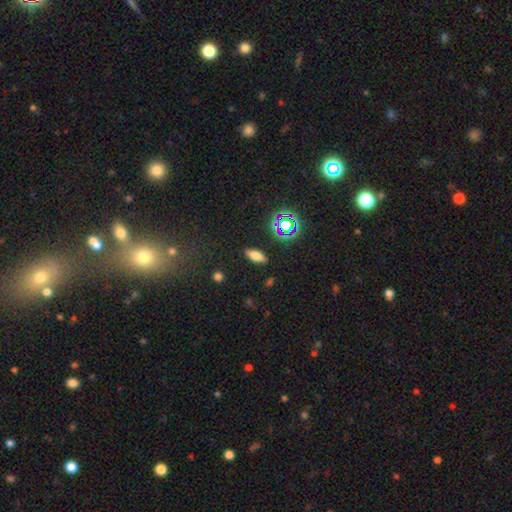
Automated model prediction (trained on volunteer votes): Smooth or featured? Predicted: smooth (p=0.63). How rounded? Predicted: in between (p=0.72). Merging? Predicted: none (p=0.87).